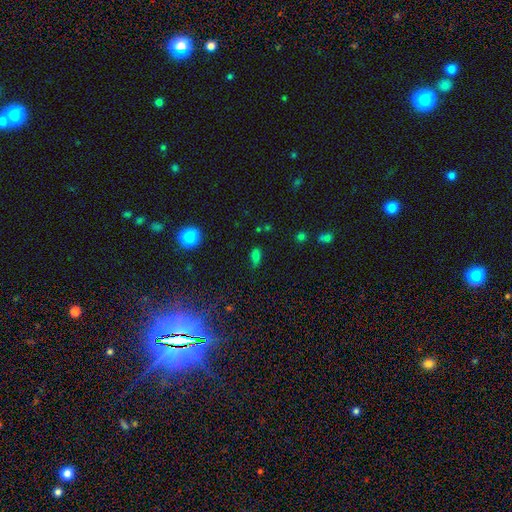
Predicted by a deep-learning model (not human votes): Smooth or featured? smooth (74%)
How rounded? in between (85%)
Merging? none (66%)